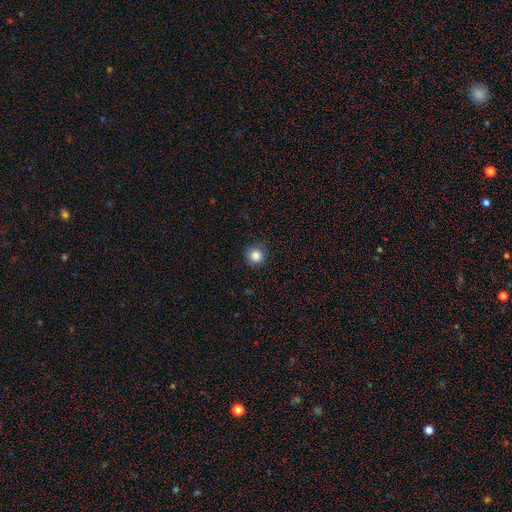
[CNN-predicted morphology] smooth 85%, star or artifact 11%, featured or disk 5%. Down the decision tree: how rounded — round (93%); merging — none (86%).